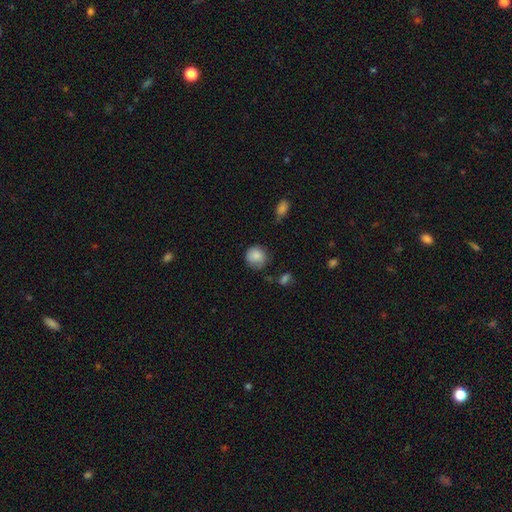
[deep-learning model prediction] smooth_or_featured: smooth (p=0.84) [alt: star or artifact p=0.08]
how_rounded: round (p=0.86) [alt: in between p=0.13]
merging: none (p=0.65) [alt: minor disturbance p=0.26]